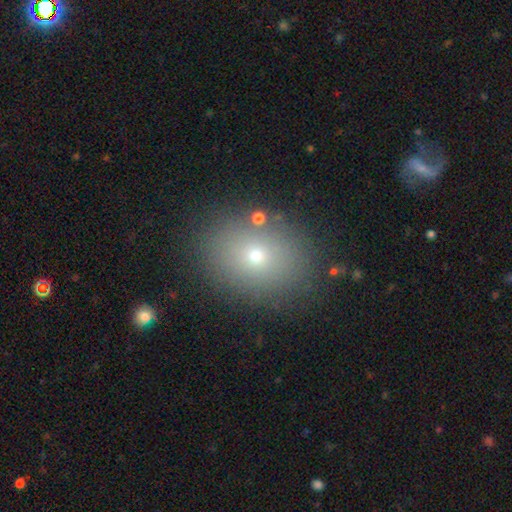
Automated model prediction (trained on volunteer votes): Smooth or featured?
  - smooth: 68% *
  - star or artifact: 17%
  - featured or disk: 15%
How rounded?
  - in between: 56% *
  - round: 43%
  - cigar-shaped: 1%
Merging?
  - none: 85% *
  - minor disturbance: 9%
  - major disturbance: 3%
  - merger: 3%